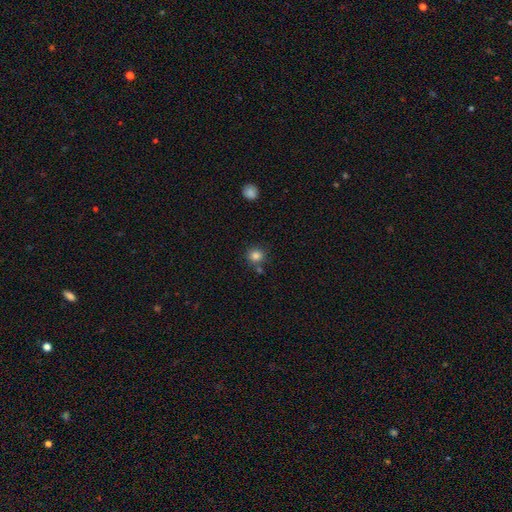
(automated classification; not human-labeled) Smooth or featured? Predicted: smooth (p=0.84). How rounded? Predicted: round (p=0.87). Merging? Predicted: none (p=0.74).